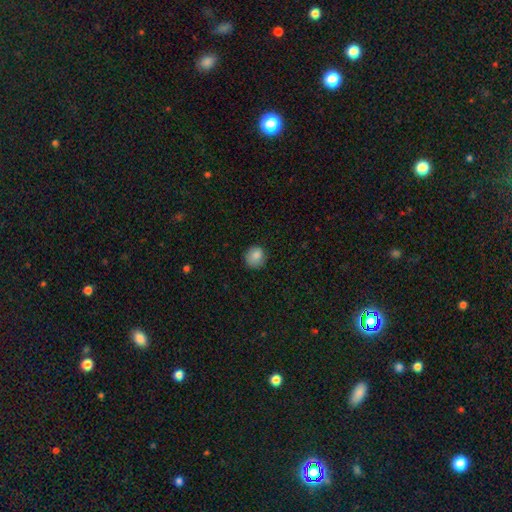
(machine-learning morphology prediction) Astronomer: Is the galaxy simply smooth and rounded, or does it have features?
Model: smooth — 85%.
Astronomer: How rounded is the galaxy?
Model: round — 87%.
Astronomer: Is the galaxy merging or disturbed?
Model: none — 82%.